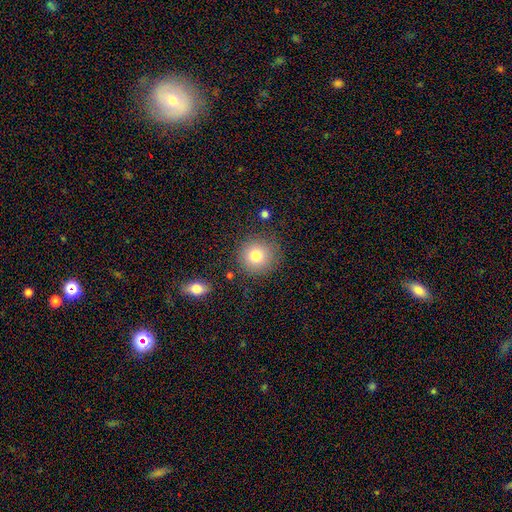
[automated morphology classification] Smooth or featured? Predicted: smooth (p=0.80). How rounded? Predicted: round (p=0.92). Merging? Predicted: none (p=0.84).